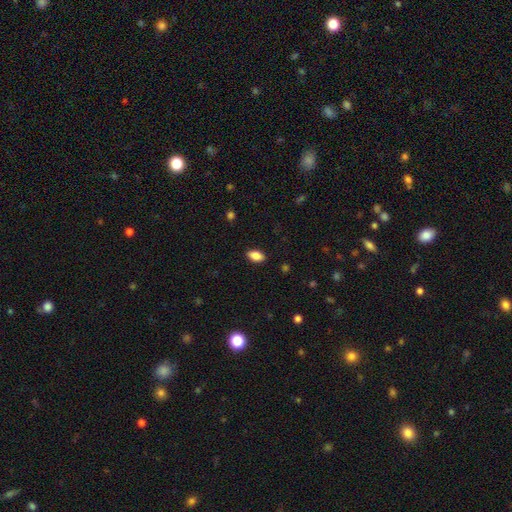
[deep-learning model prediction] smooth_or_featured: smooth (p=0.86) [alt: star or artifact p=0.08]
how_rounded: in between (p=0.92) [alt: round p=0.05]
merging: none (p=0.88) [alt: minor disturbance p=0.09]